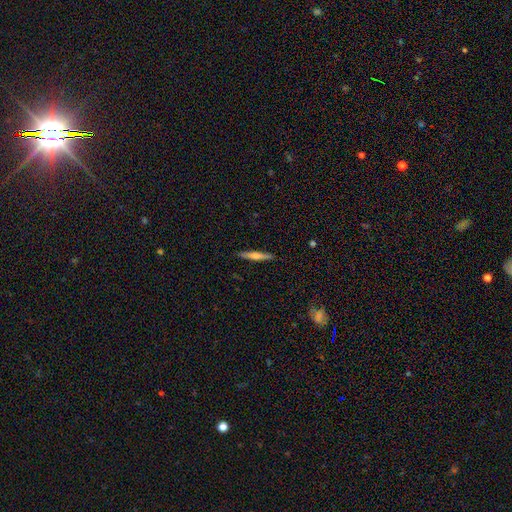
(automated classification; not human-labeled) smooth-or-featured: featured or disk: 54% | smooth: 40% | star or artifact: 6%
  disk-edge-on: yes: 97% | no: 3%
    edge-on-bulge: rounded: 78% | none: 13% | boxy: 9%
  merging: none: 91% | minor disturbance: 7% | major disturbance: 1% | merger: 1%